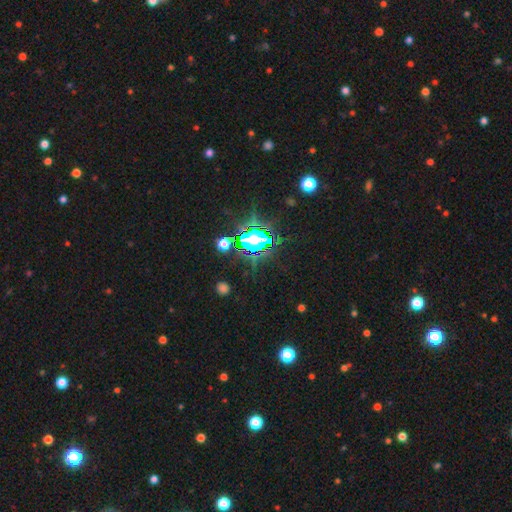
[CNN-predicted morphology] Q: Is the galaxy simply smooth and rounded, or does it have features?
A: star or artifact — 82%.